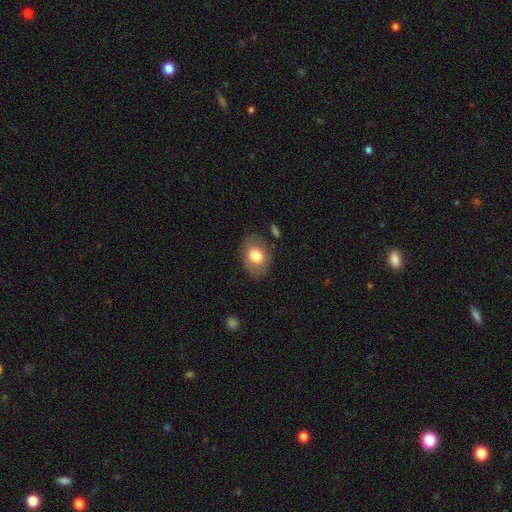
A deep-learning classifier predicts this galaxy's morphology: Smooth or featured? Predicted: smooth (p=0.75). How rounded? Predicted: in between (p=0.71). Merging? Predicted: none (p=0.80).